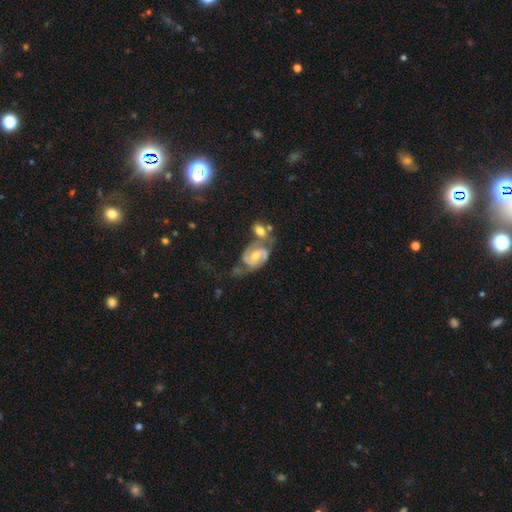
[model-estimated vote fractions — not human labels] smooth_or_featured: featured or disk (p=0.85) [alt: smooth p=0.10]
disk_edge_on: no (p=0.97) [alt: yes p=0.03]
bar: no (p=0.45) [alt: weak p=0.42]
has_spiral_arms: yes (p=0.96) [alt: no p=0.04]
spiral_winding: medium (p=0.51) [alt: tight p=0.29]
spiral_arm_count: 2 (p=0.88) [alt: can't tell p=0.05]
bulge_size: moderate (p=0.63) [alt: small p=0.29]
merging: merger (p=0.34) [tied with: none p=0.34]